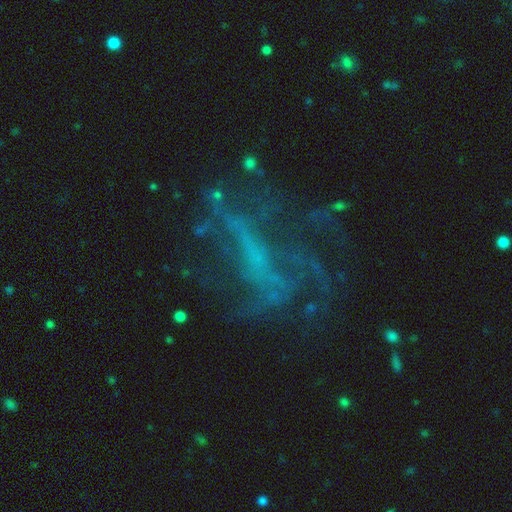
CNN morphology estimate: smooth-or-featured: featured or disk: 58% | star or artifact: 28% | smooth: 14%
  disk-edge-on: no: 89% | yes: 11%
    bar: no: 57% | weak: 25% | strong: 18%
    has-spiral-arms: no: 55% | yes: 45%
    bulge-size: none: 72% | small: 16% | moderate: 8% | large: 3% | dominant: 1%
  merging: none: 50% | major disturbance: 30% | minor disturbance: 16% | merger: 4%